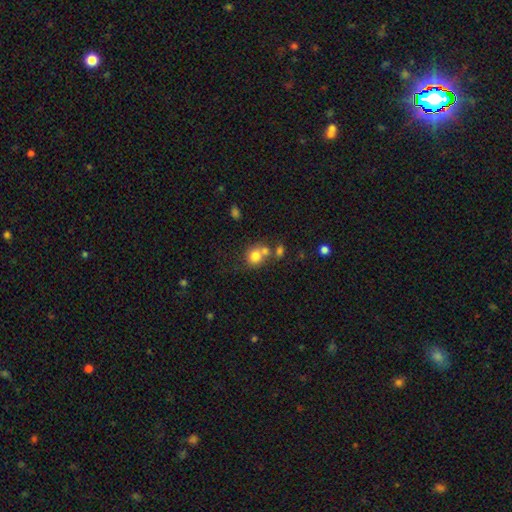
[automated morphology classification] smooth-or-featured: smooth: 78% | featured or disk: 11% | star or artifact: 11%
  how-rounded: round: 76% | in between: 23% | cigar-shaped: 1%
  merging: none: 45% | merger: 39% | minor disturbance: 11% | major disturbance: 5%